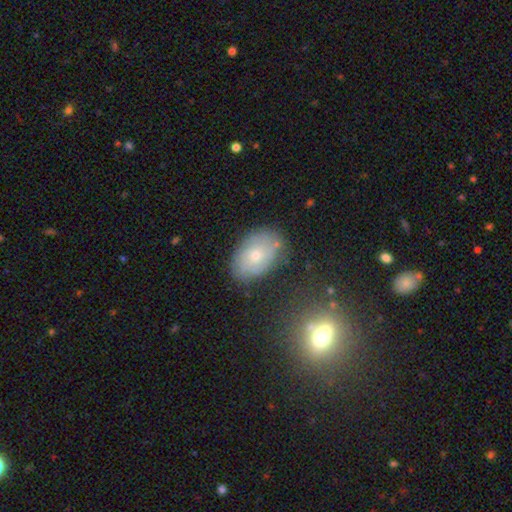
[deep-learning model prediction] Smooth or featured? smooth (56%)
How rounded? in between (87%)
Merging? none (76%)